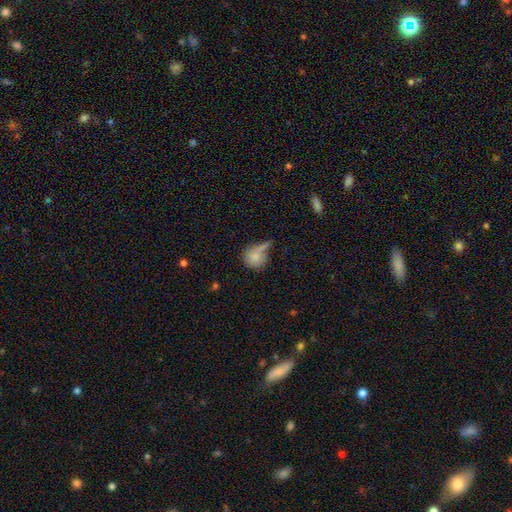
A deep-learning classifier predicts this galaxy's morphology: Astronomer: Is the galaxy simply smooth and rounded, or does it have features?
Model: smooth — 76%.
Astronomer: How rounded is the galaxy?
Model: round — 78%.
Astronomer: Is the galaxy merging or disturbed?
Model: none — 42% (runner-up: minor disturbance, 22%).